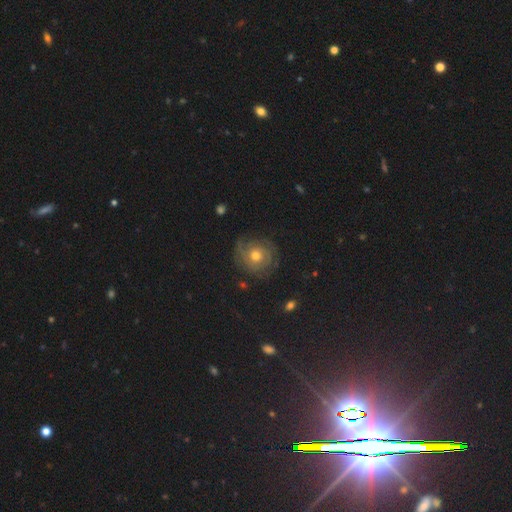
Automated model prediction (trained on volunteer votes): Smooth or featured? Predicted: featured or disk (p=0.67). Edge-on disk? Predicted: no (p=0.97). Bar? Predicted: no (p=0.83). Spiral arms? Predicted: yes (p=0.87). Spiral winding? Predicted: tight (p=0.67). Spiral arm count? Predicted: can't tell (p=0.40). Bulge size? Predicted: moderate (p=0.71). Merging? Predicted: none (p=0.75).